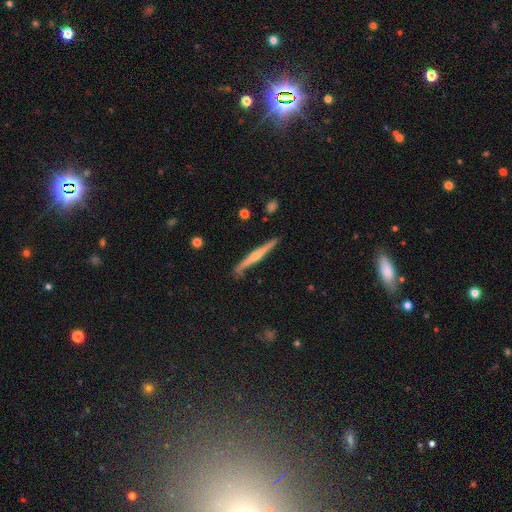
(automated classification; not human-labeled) Smooth or featured?
  - featured or disk: 68% *
  - smooth: 27%
  - star or artifact: 5%
Edge-on disk?
  - yes: 97% *
  - no: 3%
Edge-on bulge?
  - rounded: 74% *
  - none: 19%
  - boxy: 7%
Merging?
  - none: 85% *
  - minor disturbance: 11%
  - major disturbance: 2%
  - merger: 2%